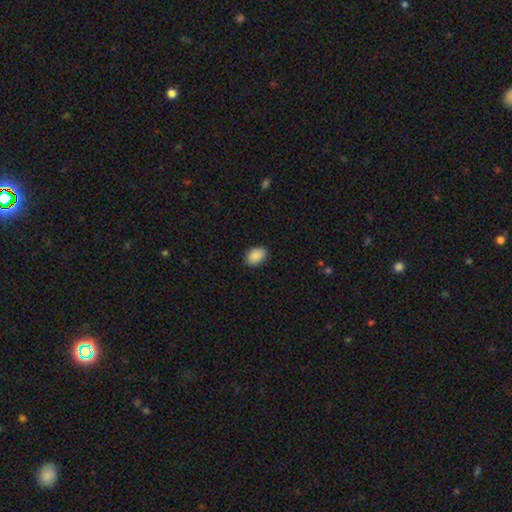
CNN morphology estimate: A smooth galaxy with no disk features (90%) that is in between round and cigar-shaped (85%).

Vote fractions:
- Smooth or featured? smooth: 90% / star or artifact: 7% / featured or disk: 3%
- How rounded? in between: 85% / round: 14% / cigar-shaped: 1%
- Merging? none: 88% / minor disturbance: 9% / major disturbance: 2% / merger: 1%